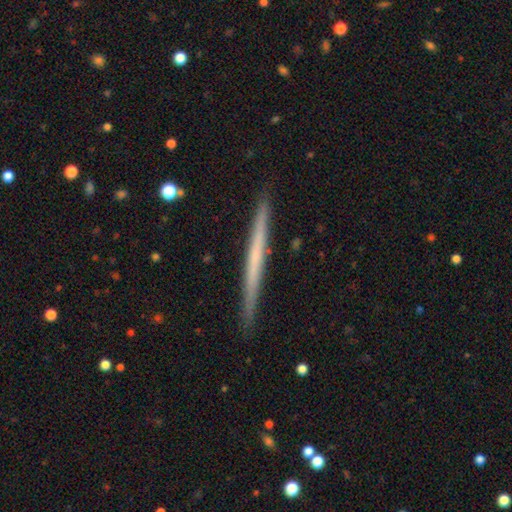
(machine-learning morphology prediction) Overall: featured or disk (51%; smooth 43%). Edge-on disk: yes (98%). Merging: none (91%).